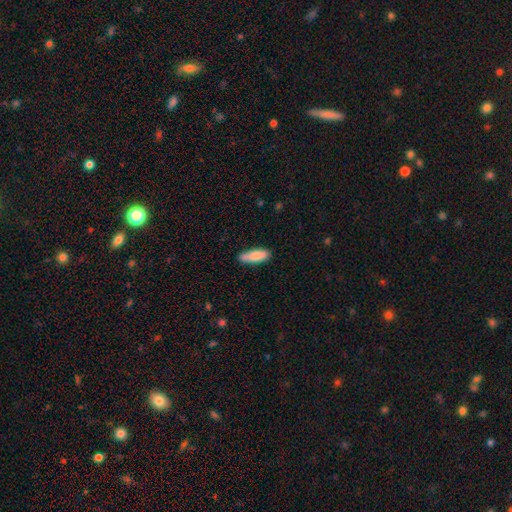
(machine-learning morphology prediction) Overall: smooth (83%). How rounded: in between (55%; cigar-shaped 43%). Merging: none (71%).